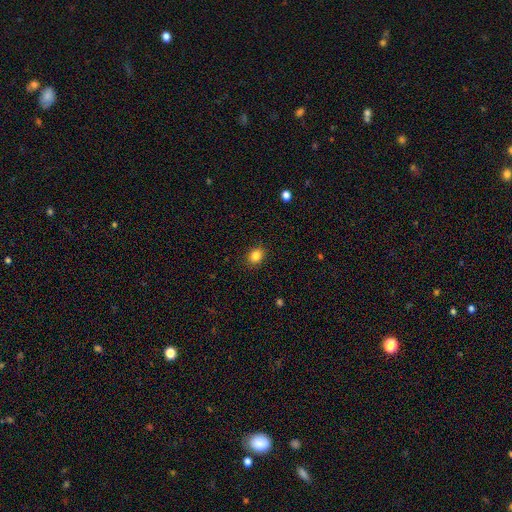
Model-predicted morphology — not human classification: smooth_or_featured: smooth (p=0.85) [alt: star or artifact p=0.11]
how_rounded: round (p=0.63) [alt: in between p=0.36]
merging: none (p=0.89) [alt: minor disturbance p=0.08]